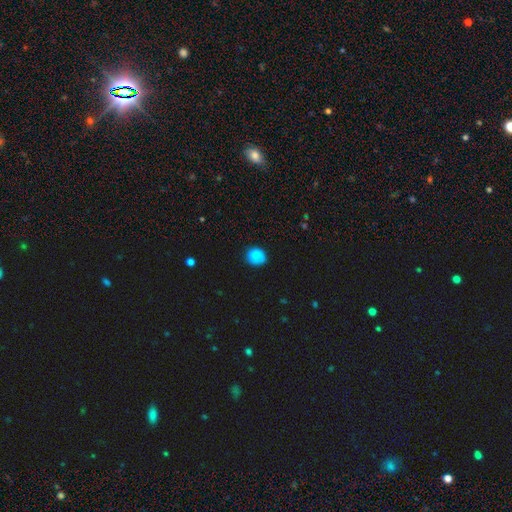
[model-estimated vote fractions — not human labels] Smooth or featured?
  - smooth: 84% *
  - star or artifact: 9%
  - featured or disk: 7%
How rounded?
  - round: 73% *
  - in between: 26%
  - cigar-shaped: 1%
Merging?
  - none: 75% *
  - minor disturbance: 20%
  - major disturbance: 4%
  - merger: 1%